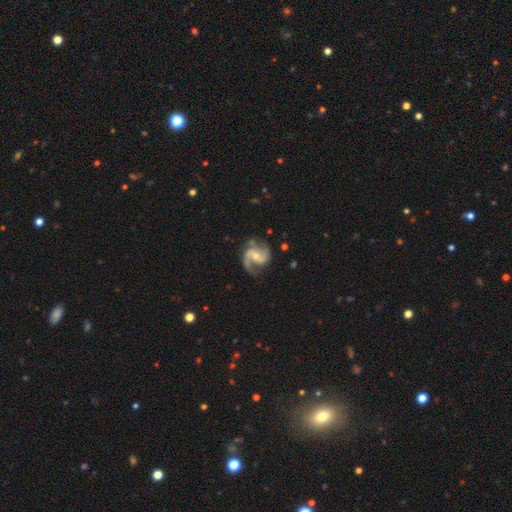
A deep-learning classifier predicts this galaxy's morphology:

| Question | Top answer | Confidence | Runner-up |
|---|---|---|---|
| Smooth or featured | featured or disk | 91% | star or artifact (5%) |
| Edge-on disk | no | 98% | yes (2%) |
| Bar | weak | 42% | no (41%) |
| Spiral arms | yes | 98% | no (2%) |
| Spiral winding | medium | 57% | loose (28%) |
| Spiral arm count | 2 | 90% | 3 (3%) |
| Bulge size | moderate | 51% | small (45%) |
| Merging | none | 74% | minor disturbance (17%) |